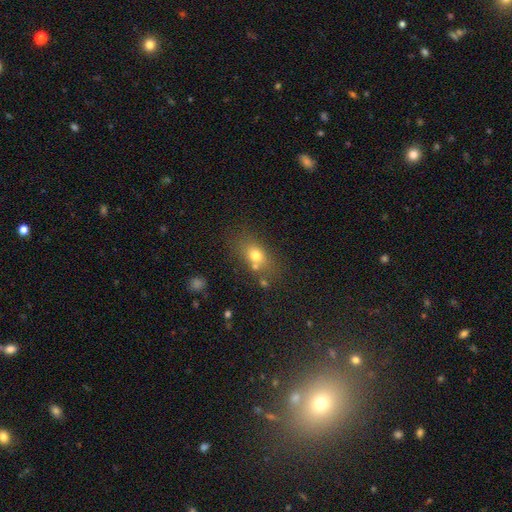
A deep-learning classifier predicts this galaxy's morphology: Smooth or featured?
  - smooth: 71% *
  - featured or disk: 16%
  - star or artifact: 14%
How rounded?
  - in between: 65% *
  - round: 31%
  - cigar-shaped: 5%
Merging?
  - none: 61% *
  - merger: 16%
  - minor disturbance: 16%
  - major disturbance: 7%